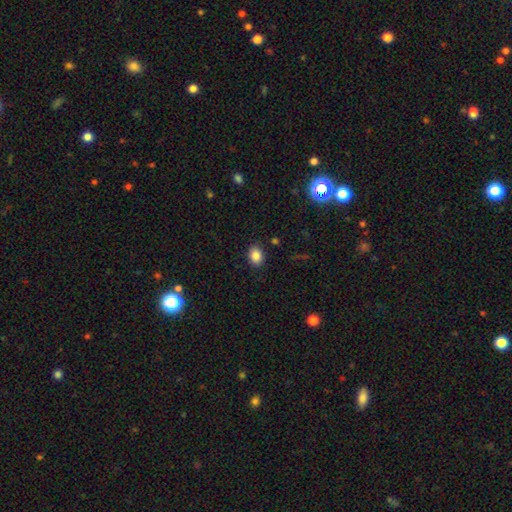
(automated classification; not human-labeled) Overall: smooth (85%). How rounded: in between (64%; round 35%). Merging: none (88%).